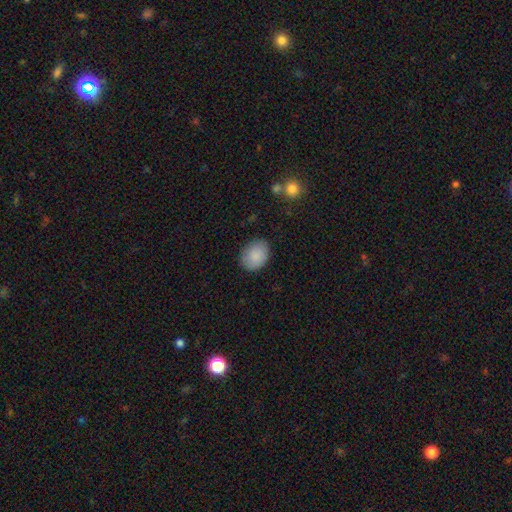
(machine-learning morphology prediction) Smooth or featured? smooth (88%)
How rounded? in between (64%)
Merging? none (84%)